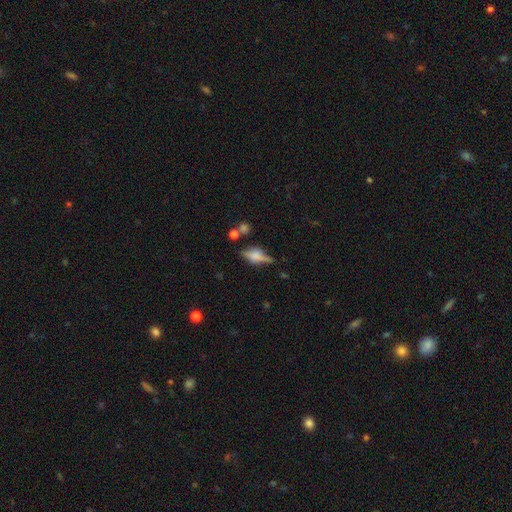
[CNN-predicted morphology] The model was most divided on "smooth or featured": featured or disk: 60%, smooth: 30%, star or artifact: 10%. More confident: edge-on disk — yes (91%); edge-on bulge — rounded (79%); merging — none (66%).